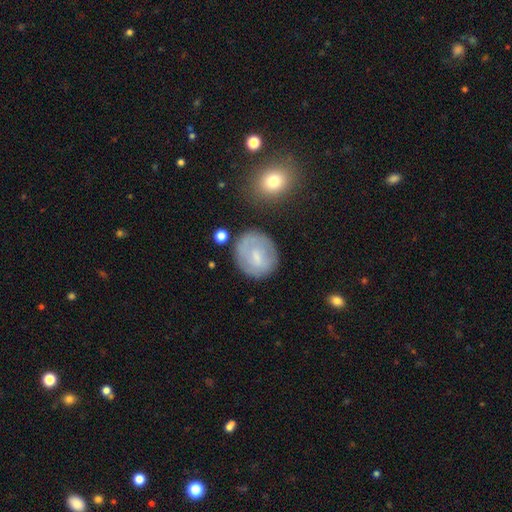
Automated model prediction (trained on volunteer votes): Morphology: type=smooth (57%); roundness=round (70%); merging=none (72%).